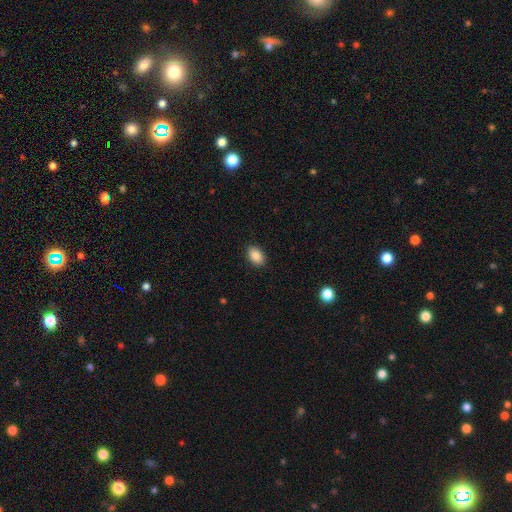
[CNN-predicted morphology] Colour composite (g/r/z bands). It shows a smooth galaxy with no disk features (89%) that is in between round and cigar-shaped (84%). Merging: none (89%).